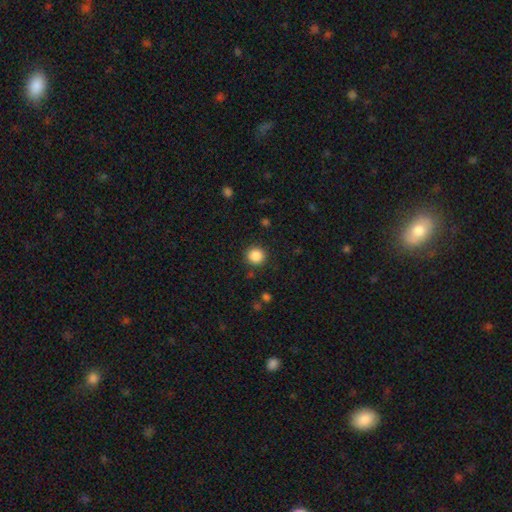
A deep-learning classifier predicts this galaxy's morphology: Overall: smooth (87%). How rounded: round (94%). Merging: none (90%).